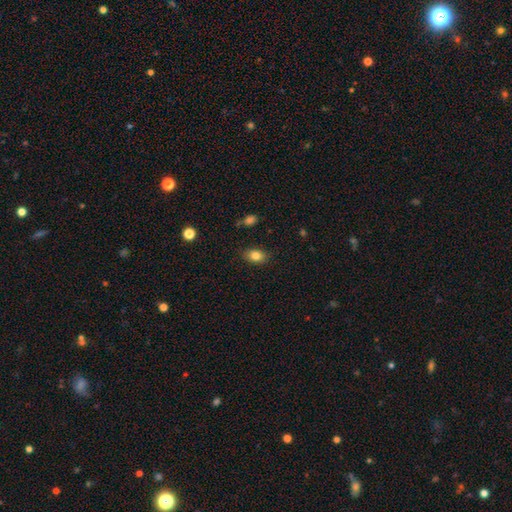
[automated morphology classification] Smooth or featured?
  - smooth: 84% *
  - star or artifact: 9%
  - featured or disk: 7%
How rounded?
  - in between: 84% *
  - round: 14%
  - cigar-shaped: 2%
Merging?
  - none: 85% *
  - minor disturbance: 11%
  - major disturbance: 3%
  - merger: 2%